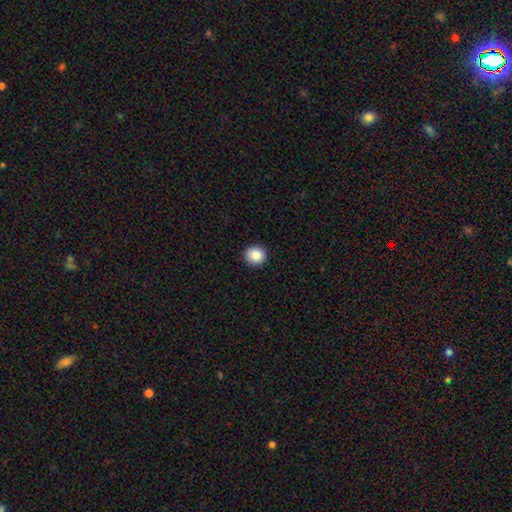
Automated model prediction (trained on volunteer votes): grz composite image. It shows a smooth galaxy with no disk features (87%) that is round (90%). Merging: none (92%).